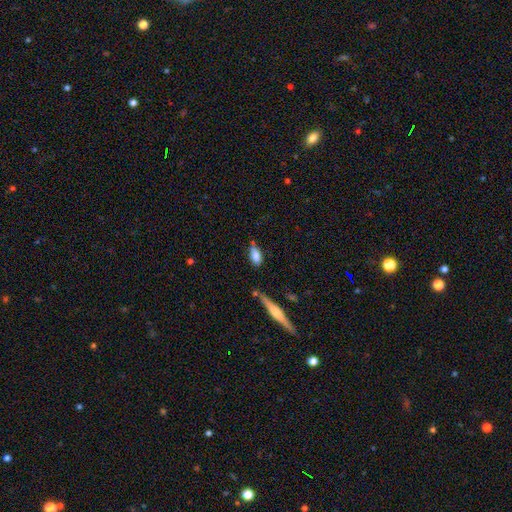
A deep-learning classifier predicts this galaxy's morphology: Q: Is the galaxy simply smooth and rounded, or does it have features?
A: smooth — 78%.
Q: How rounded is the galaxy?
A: in between — 82%.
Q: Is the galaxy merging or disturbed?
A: none — 60%.